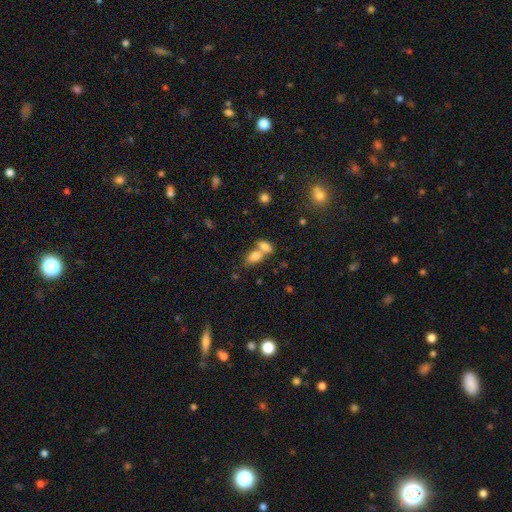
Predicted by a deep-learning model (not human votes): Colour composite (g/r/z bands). It shows a smooth galaxy with no disk features (78%) that is in between round and cigar-shaped (85%). Merging: merger (61%).